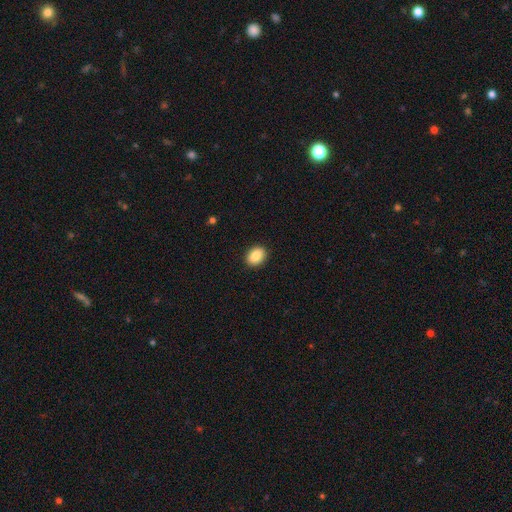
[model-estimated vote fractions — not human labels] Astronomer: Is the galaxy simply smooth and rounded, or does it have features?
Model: smooth — 88%.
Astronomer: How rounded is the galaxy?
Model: in between — 69%.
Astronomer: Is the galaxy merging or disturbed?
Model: none — 91%.